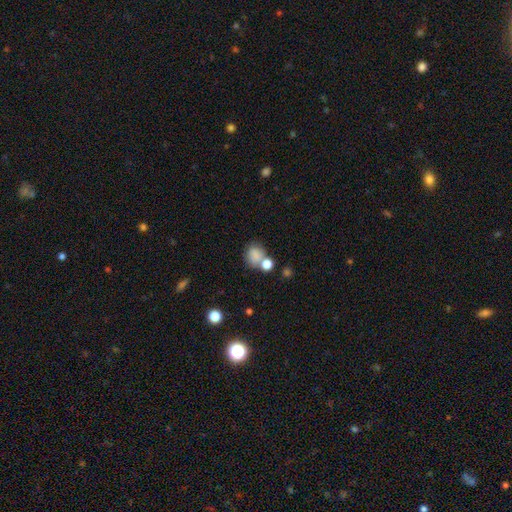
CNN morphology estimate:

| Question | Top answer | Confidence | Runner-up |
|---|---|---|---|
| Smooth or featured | smooth | 80% | star or artifact (11%) |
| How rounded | round | 65% | in between (34%) |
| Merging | none | 52% | merger (27%) |